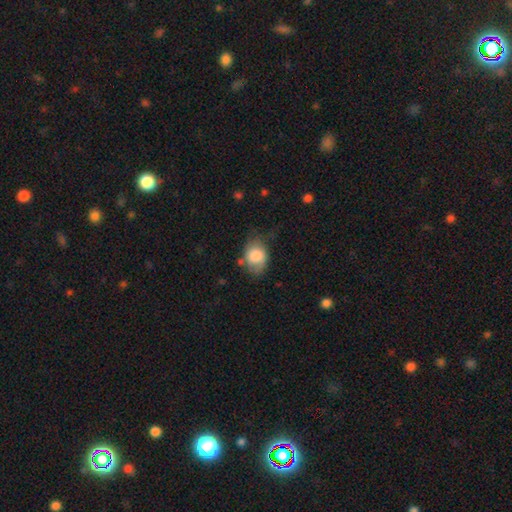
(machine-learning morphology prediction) Q: Smooth or featured?
A: smooth (79%); runner-up: featured or disk (14%)
Q: How rounded?
A: in between (59%); runner-up: round (40%)
Q: Merging?
A: none (46%); runner-up: minor disturbance (35%)